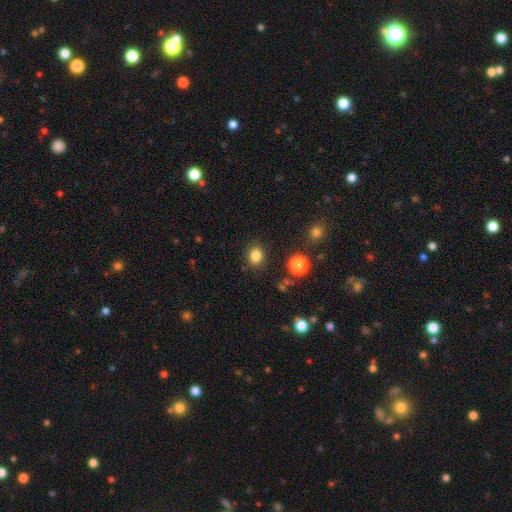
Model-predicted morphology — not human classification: Smooth or featured? Predicted: smooth (p=0.83). How rounded? Predicted: round (p=0.55). Merging? Predicted: none (p=0.84).